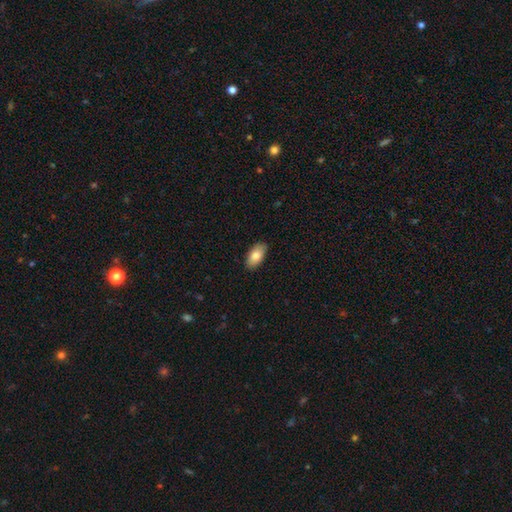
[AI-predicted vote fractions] A smooth galaxy with no disk features (82%) that is in between round and cigar-shaped (94%). Merging: none (89%).